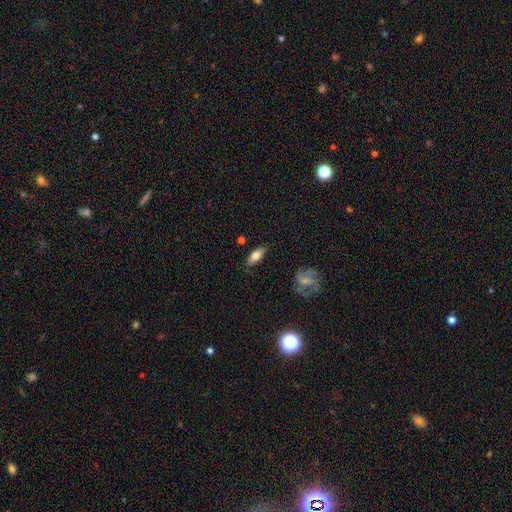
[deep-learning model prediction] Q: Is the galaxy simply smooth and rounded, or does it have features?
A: smooth — 67%.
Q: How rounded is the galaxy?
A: in between — 70%.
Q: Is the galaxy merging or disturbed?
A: none — 82%.